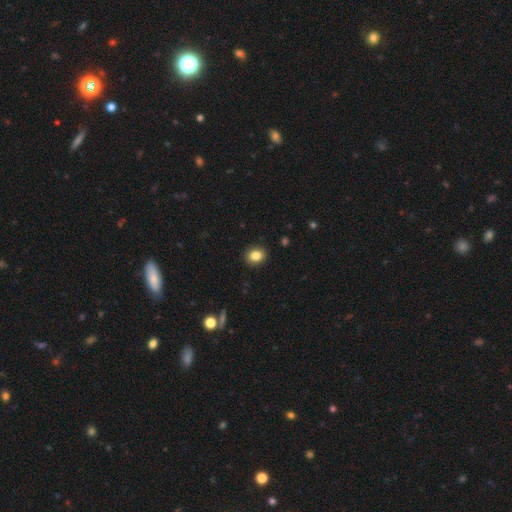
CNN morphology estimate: Smooth or featured? smooth (84%)
How rounded? round (58%)
Merging? none (91%)